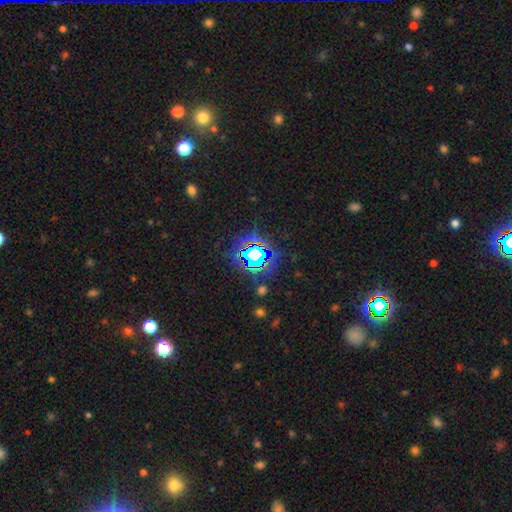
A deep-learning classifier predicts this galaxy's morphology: Q: Smooth or featured?
A: star or artifact (74%); runner-up: smooth (15%)